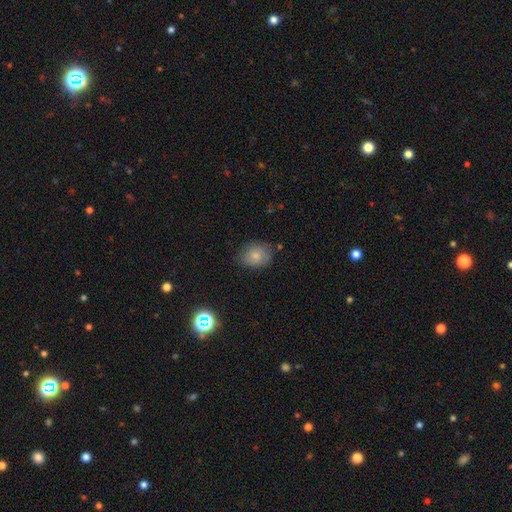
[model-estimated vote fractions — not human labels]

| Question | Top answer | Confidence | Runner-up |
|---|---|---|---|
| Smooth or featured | smooth | 80% | featured or disk (11%) |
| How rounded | in between | 57% | round (42%) |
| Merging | none | 75% | minor disturbance (19%) |